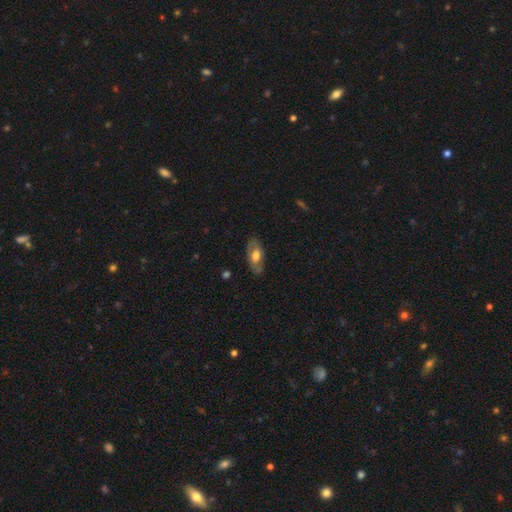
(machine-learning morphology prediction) A smooth galaxy with no disk features (47%, tied with featured or disk). Merging: none (76%).